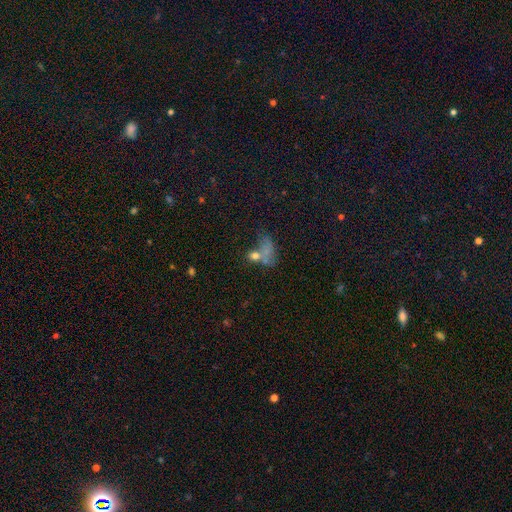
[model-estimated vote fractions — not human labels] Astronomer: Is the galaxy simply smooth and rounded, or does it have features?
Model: smooth — 42% (runner-up: star or artifact, 34%).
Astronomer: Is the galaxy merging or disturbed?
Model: none — 36% (runner-up: merger, 29%).